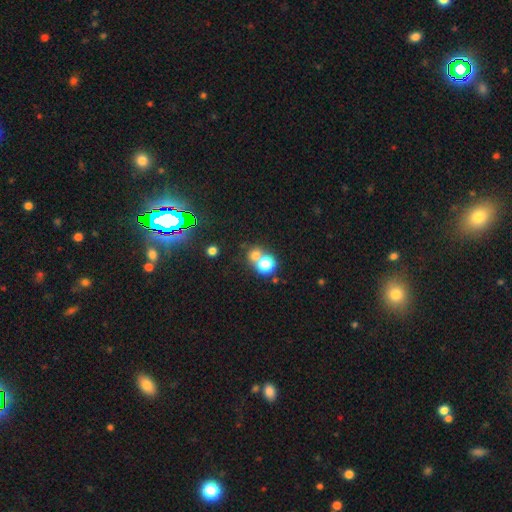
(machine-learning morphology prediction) Smooth or featured? Predicted: smooth (p=0.71). How rounded? Predicted: round (p=0.81). Merging? Predicted: merger (p=0.48).